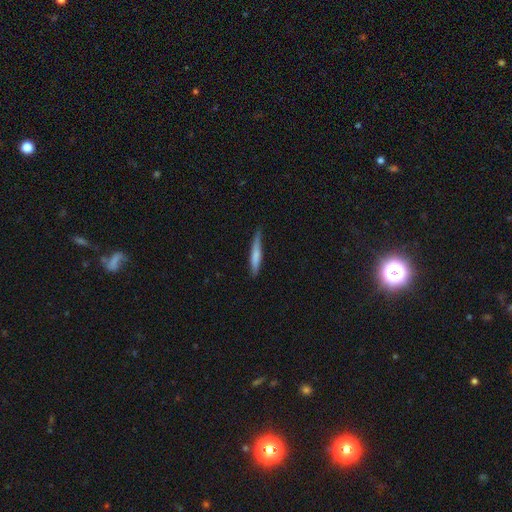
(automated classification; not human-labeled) Q: Smooth or featured?
A: smooth (69%); runner-up: featured or disk (25%)
Q: How rounded?
A: cigar-shaped (92%); runner-up: in between (6%)
Q: Merging?
A: none (72%); runner-up: minor disturbance (23%)